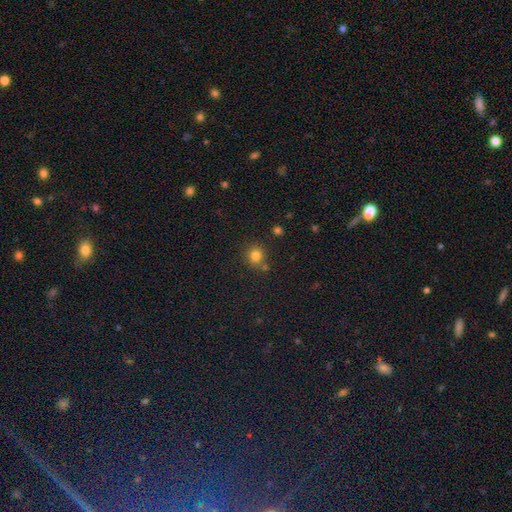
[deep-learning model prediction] Smooth or featured? smooth (80%)
How rounded? round (85%)
Merging? none (73%)